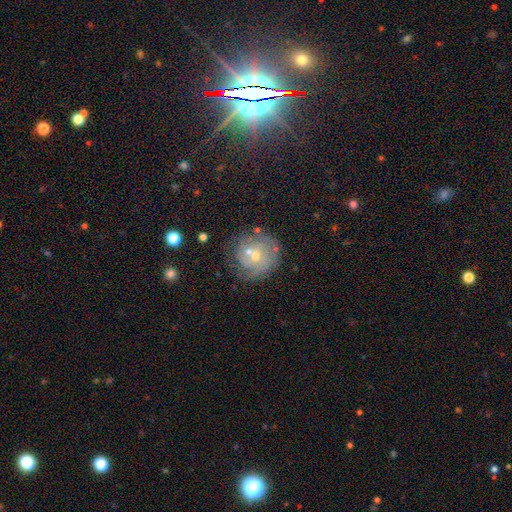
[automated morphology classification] A featured or disk galaxy (60%) with no bar (76%), spiral arms (74%) and a small central bulge (52%). Merging: none (60%).